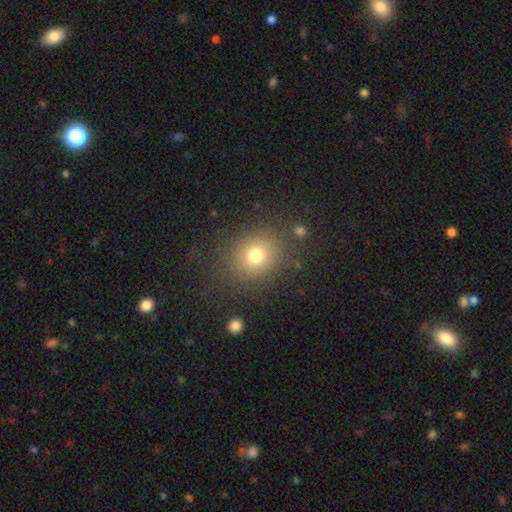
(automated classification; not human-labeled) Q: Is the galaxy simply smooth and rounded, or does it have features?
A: smooth — 75%.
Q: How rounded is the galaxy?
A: round — 67%.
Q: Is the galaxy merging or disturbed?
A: none — 83%.